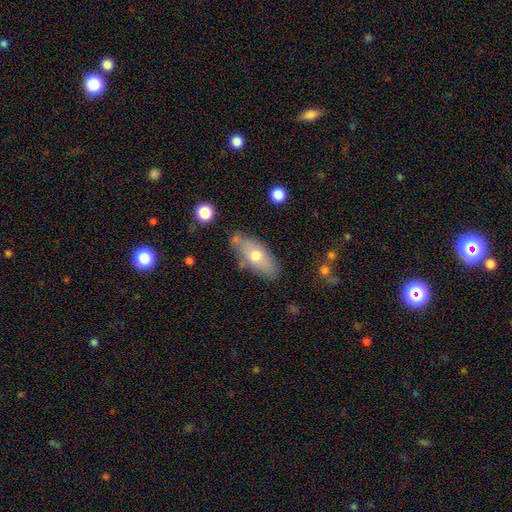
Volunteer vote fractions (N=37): Volunteers were most divided on "smooth or featured": smooth: 65%, featured or disk: 30%, star or artifact: 5%. More confident: how rounded — in between (83%); merging — none (66%).